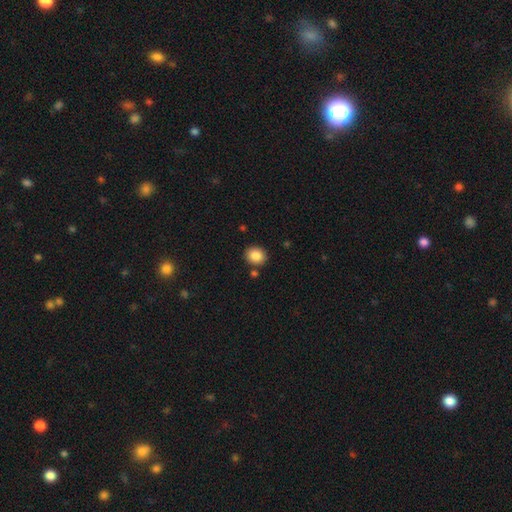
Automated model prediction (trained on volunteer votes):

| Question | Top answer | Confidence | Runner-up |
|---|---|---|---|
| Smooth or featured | smooth | 86% | star or artifact (9%) |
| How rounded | round | 71% | in between (28%) |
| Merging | none | 86% | minor disturbance (7%) |